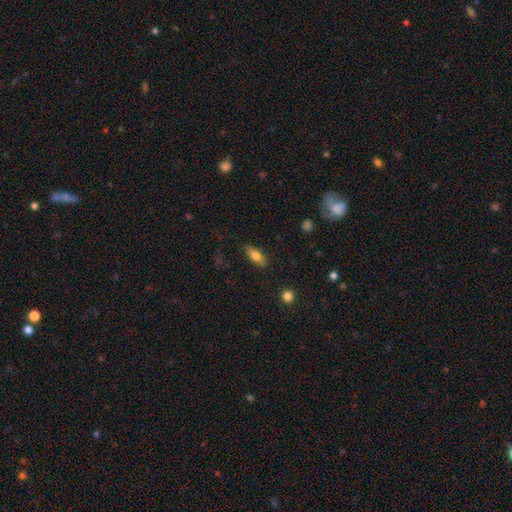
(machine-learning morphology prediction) Smooth or featured?
  - smooth: 75% *
  - featured or disk: 18%
  - star or artifact: 7%
How rounded?
  - in between: 75% *
  - cigar-shaped: 22%
  - round: 3%
Merging?
  - none: 85% *
  - minor disturbance: 11%
  - major disturbance: 2%
  - merger: 1%